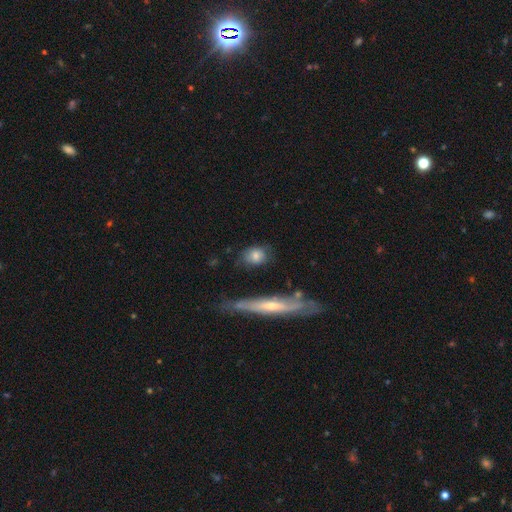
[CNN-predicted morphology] A smooth galaxy with no disk features (70%) that is round (45%).

Vote fractions:
- Smooth or featured? smooth: 70% / featured or disk: 22% / star or artifact: 8%
- How rounded? round: 45% / in between: 44% / cigar-shaped: 11%
- Merging? none: 67% / minor disturbance: 20% / major disturbance: 7% / merger: 5%